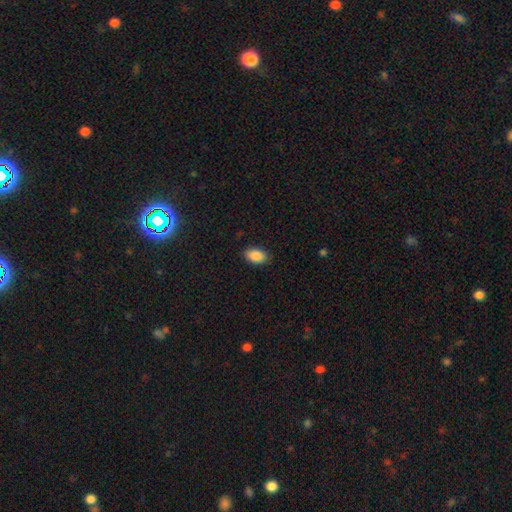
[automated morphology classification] This is clearly a smooth galaxy (88%). How rounded: clearly in between (92%). Merging: clearly none (88%).